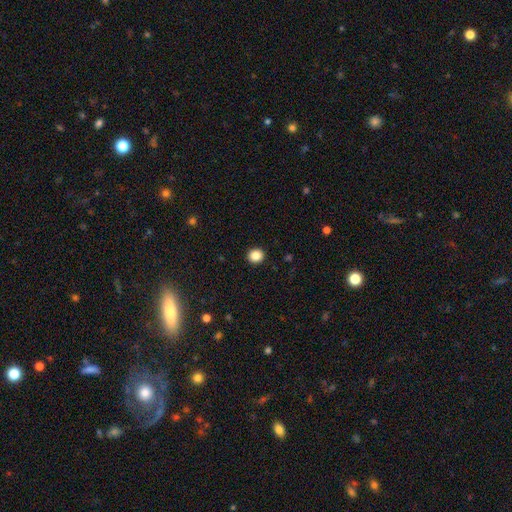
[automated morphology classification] Q: Smooth or featured?
A: smooth (86%); runner-up: star or artifact (10%)
Q: How rounded?
A: round (88%); runner-up: in between (11%)
Q: Merging?
A: none (93%); runner-up: minor disturbance (5%)